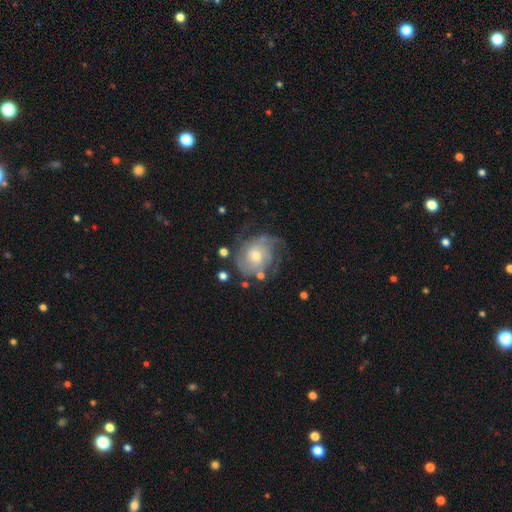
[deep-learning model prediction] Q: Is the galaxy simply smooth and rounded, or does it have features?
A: featured or disk — 76%.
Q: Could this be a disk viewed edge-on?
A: no — 97%.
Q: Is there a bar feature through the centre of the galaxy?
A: no — 74%.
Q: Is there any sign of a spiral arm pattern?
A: yes — 88%.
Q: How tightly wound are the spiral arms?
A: tight — 56%.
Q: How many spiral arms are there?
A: can't tell — 39%.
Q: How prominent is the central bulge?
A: moderate — 54%.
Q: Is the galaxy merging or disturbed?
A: none — 58%.